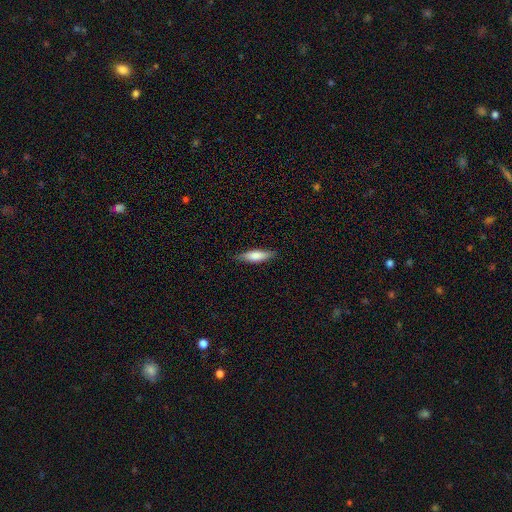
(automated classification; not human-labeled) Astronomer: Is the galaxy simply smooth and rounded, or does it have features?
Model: smooth — 74%.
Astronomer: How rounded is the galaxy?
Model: cigar-shaped — 57% (runner-up: in between, 42%).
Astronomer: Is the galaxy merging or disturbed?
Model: none — 85%.